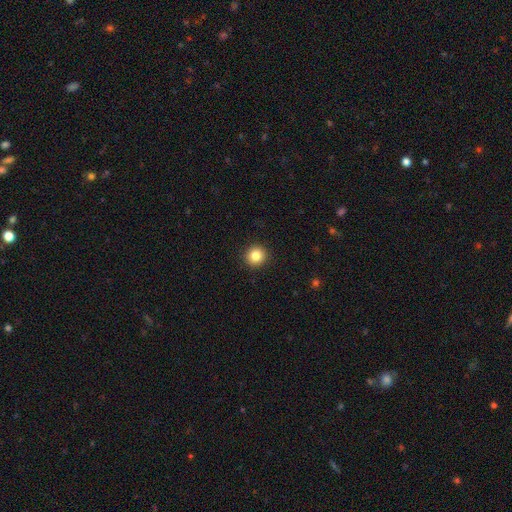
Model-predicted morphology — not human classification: smooth-or-featured: smooth: 84% | star or artifact: 10% | featured or disk: 6%
  how-rounded: round: 94% | in between: 5% | cigar-shaped: 1%
  merging: none: 93% | minor disturbance: 5% | major disturbance: 2% | merger: 1%